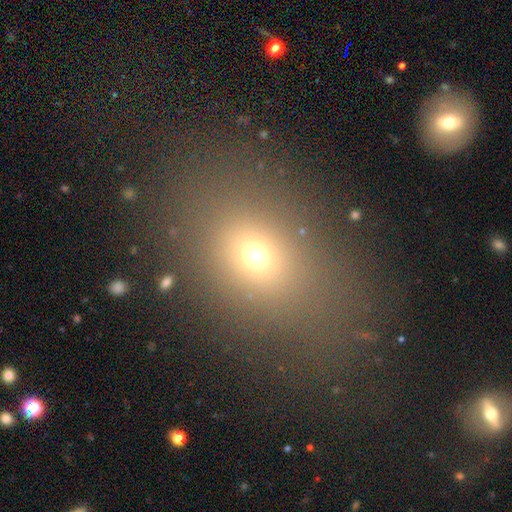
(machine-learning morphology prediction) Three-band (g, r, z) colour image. It shows a smooth galaxy with no disk features (64%) that is in between round and cigar-shaped (65%). Merging: none (76%).